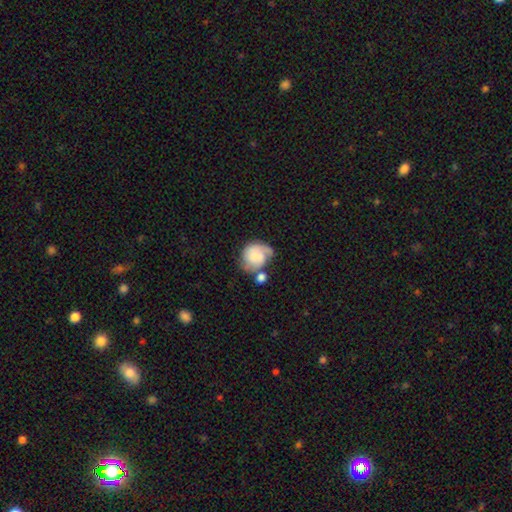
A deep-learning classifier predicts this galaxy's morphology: Smooth or featured? featured or disk (54%)
Edge-on disk? no (98%)
Bar? no (64%)
Spiral arms? yes (88%)
Bulge size? small (38%)
Merging? none (41%)